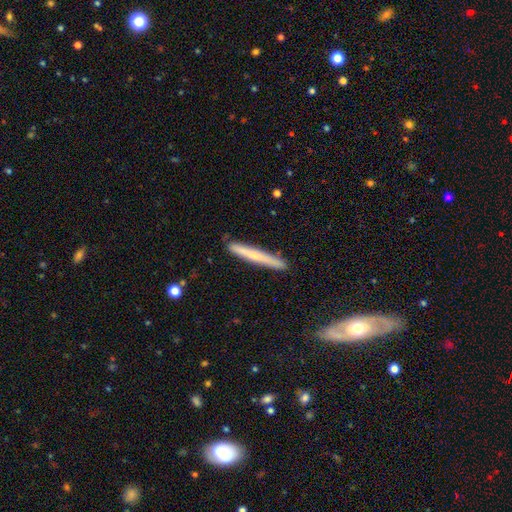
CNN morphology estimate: Smooth or featured? Predicted: smooth (p=0.57). How rounded? Predicted: cigar-shaped (p=0.97). Merging? Predicted: none (p=0.89).